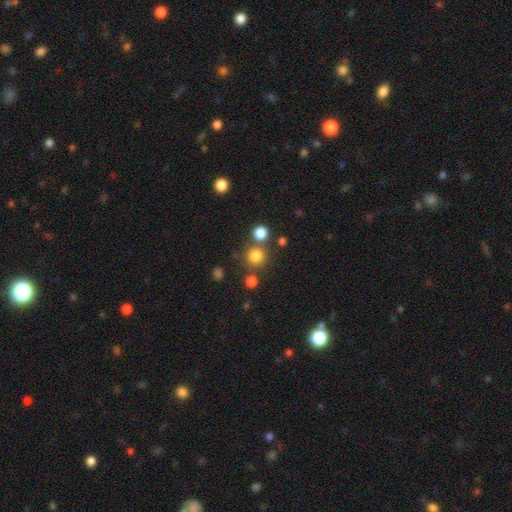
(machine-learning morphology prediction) smooth_or_featured: smooth (p=0.80) [alt: star or artifact p=0.15]
how_rounded: round (p=0.93) [alt: in between p=0.06]
merging: none (p=0.76) [alt: merger p=0.13]